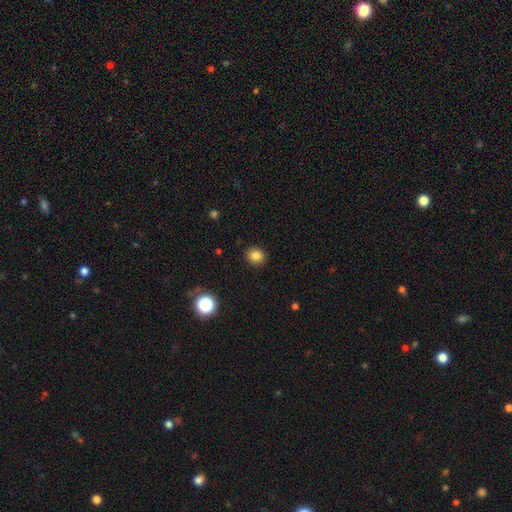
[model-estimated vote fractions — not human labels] Smooth or featured: smooth — 83% (star or artifact — 12%)
How rounded: round — 82% (in between — 17%)
Merging: none — 91% (minor disturbance — 6%)